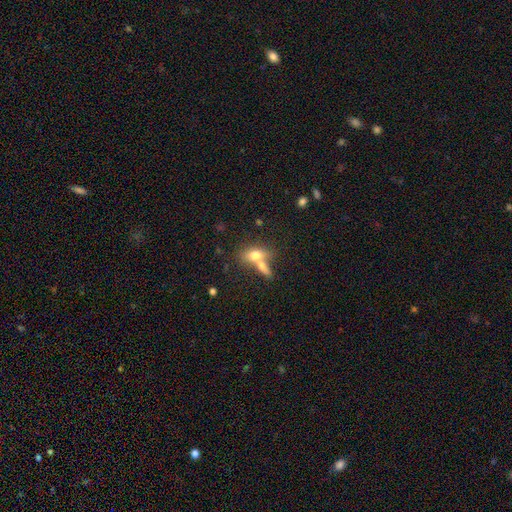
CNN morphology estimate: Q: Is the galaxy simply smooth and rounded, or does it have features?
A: smooth — 72%.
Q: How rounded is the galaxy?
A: in between — 74%.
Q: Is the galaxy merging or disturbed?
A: merger — 49%.